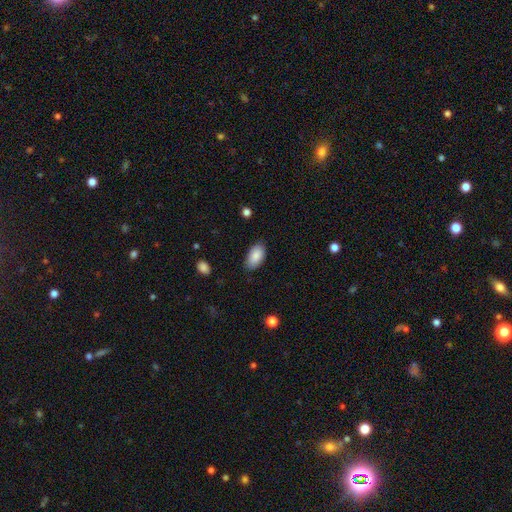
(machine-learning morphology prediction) Smooth or featured?
  - smooth: 88% *
  - star or artifact: 6%
  - featured or disk: 5%
How rounded?
  - in between: 95% *
  - round: 3%
  - cigar-shaped: 2%
Merging?
  - none: 82% *
  - minor disturbance: 14%
  - major disturbance: 3%
  - merger: 1%